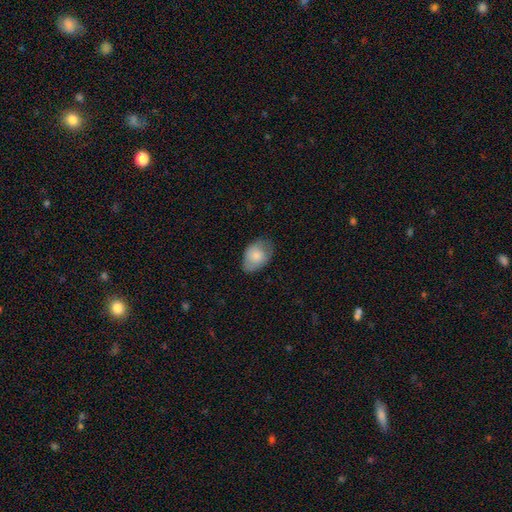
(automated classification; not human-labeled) This appears to be a smooth galaxy with no disk features (79%) that is in between round and cigar-shaped (81%). Merging: none (63%).